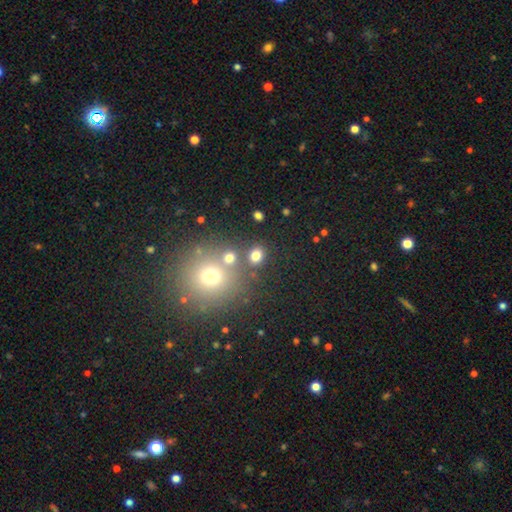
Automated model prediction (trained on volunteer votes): smooth 74%, star or artifact 17%, featured or disk 8%. Down the decision tree: how rounded — round (72%); merging — none (72%).